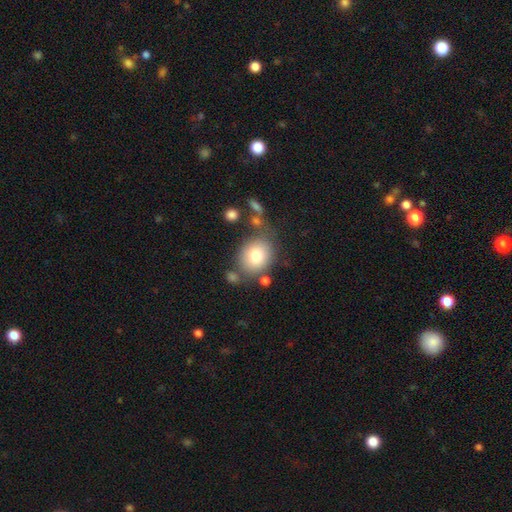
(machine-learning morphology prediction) This is likely a smooth galaxy (78%). How rounded: likely round (63%). Merging: likely none (71%).